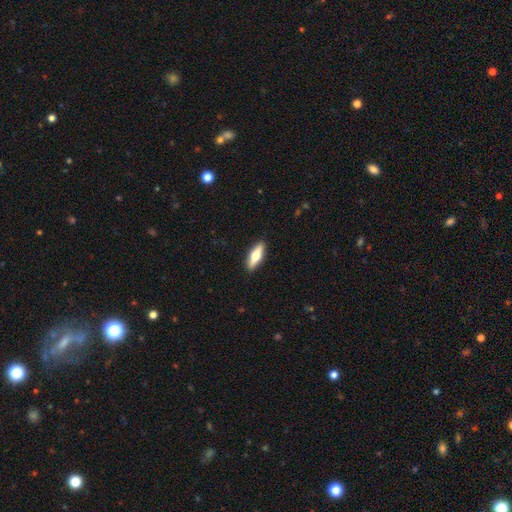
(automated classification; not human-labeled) The model was most divided on "how rounded": cigar-shaped: 52%, in between: 45%, round: 3%. More confident: merging — none (91%); smooth or featured — smooth (51%).